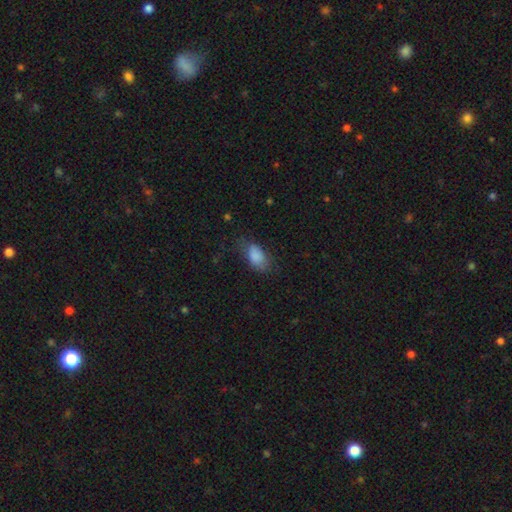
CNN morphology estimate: smooth-or-featured: smooth: 84% | star or artifact: 8% | featured or disk: 7%
  how-rounded: in between: 91% | round: 6% | cigar-shaped: 2%
  merging: none: 60% | minor disturbance: 26% | major disturbance: 13% | merger: 2%